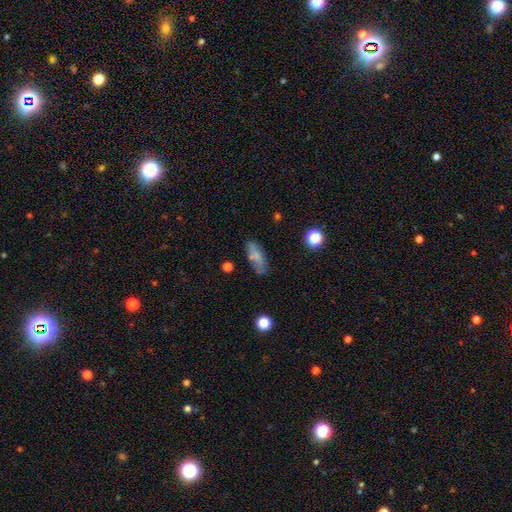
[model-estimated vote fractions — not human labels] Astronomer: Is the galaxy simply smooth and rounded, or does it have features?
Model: smooth — 69%.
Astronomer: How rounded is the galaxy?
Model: in between — 69%.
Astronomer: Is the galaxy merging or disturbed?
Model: none — 66%.